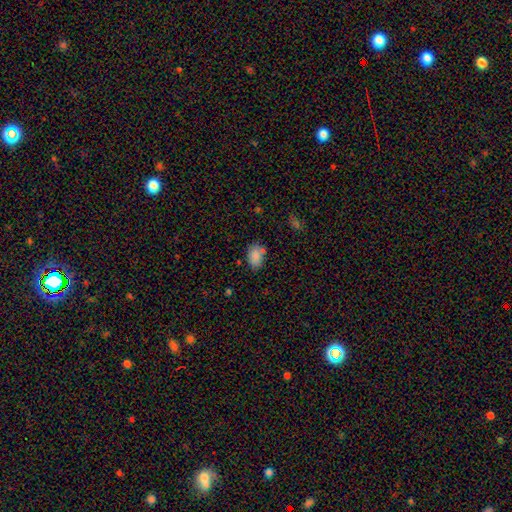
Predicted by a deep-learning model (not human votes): This is clearly a smooth galaxy (85%). How rounded: clearly in between (83%). Merging: likely none (66%).